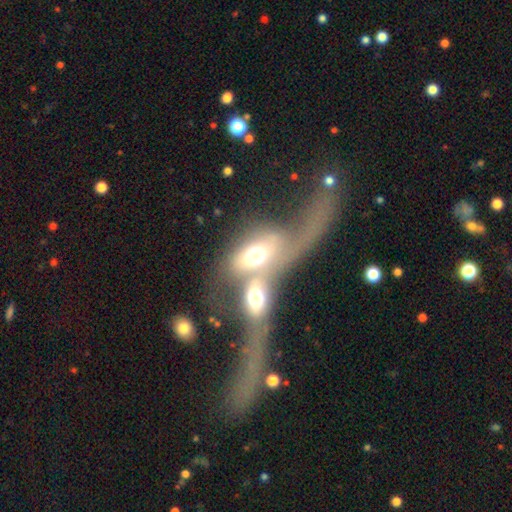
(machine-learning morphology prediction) This is possibly a featured or disk galaxy (49%). Merging: likely merger (77%).